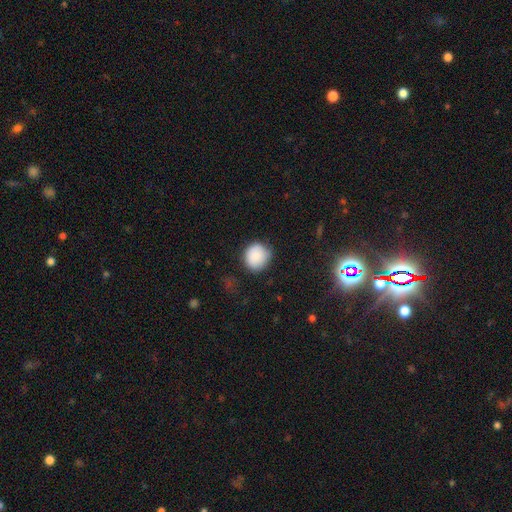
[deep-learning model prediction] The model was most divided on "merging": none: 76%, minor disturbance: 19%, major disturbance: 4%, merger: 1%. More confident: how rounded — round (86%); smooth or featured — smooth (86%).